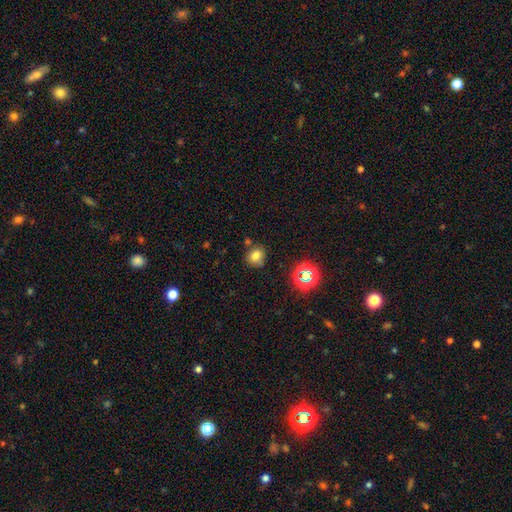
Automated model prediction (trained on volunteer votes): smooth_or_featured: smooth (p=0.73) [alt: star or artifact p=0.17]
how_rounded: round (p=0.66) [alt: in between p=0.33]
merging: none (p=0.72) [alt: minor disturbance p=0.15]